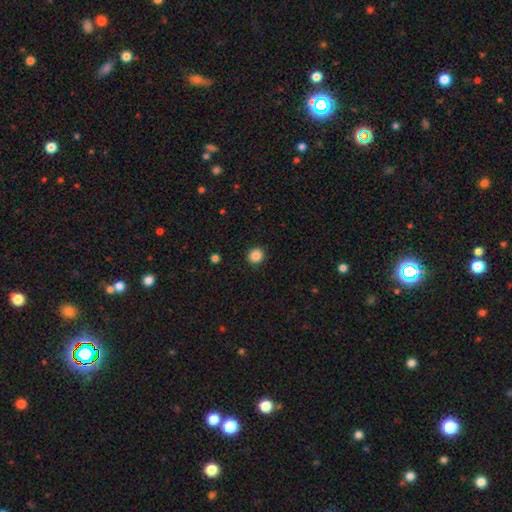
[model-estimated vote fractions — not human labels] Smooth or featured? Predicted: smooth (p=0.87). How rounded? Predicted: round (p=0.85). Merging? Predicted: none (p=0.91).